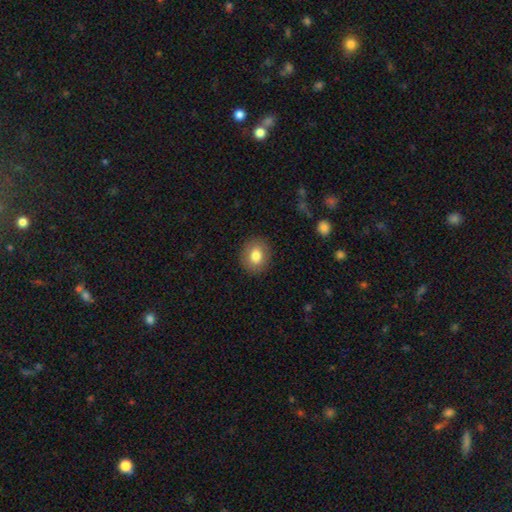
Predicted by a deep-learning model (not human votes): smooth-or-featured: smooth: 80% | featured or disk: 12% | star or artifact: 8%
  how-rounded: round: 69% | in between: 30% | cigar-shaped: 1%
  merging: none: 89% | minor disturbance: 8% | major disturbance: 3% | merger: 1%